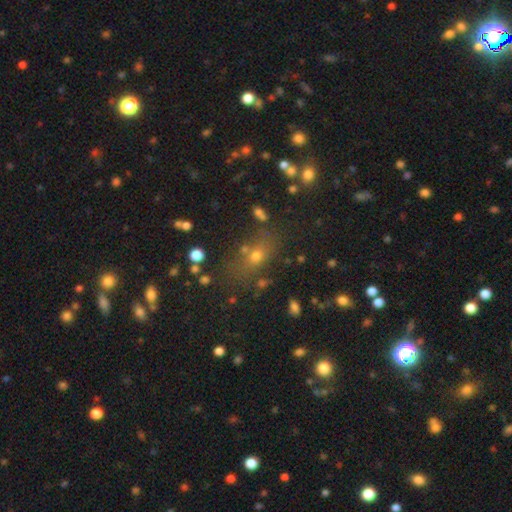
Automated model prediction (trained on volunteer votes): Morphology: type=smooth (52%); roundness=round (48%); merging=none (71%).